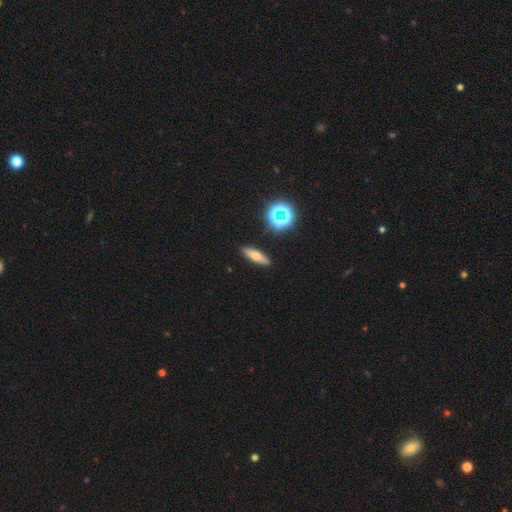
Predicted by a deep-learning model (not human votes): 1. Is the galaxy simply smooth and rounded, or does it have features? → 56% smooth, 30% featured or disk, 13% star or artifact.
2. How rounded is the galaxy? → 56% cigar-shaped, 38% in between, 7% round.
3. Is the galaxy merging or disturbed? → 90% none, 6% minor disturbance, 2% major disturbance, 2% merger.